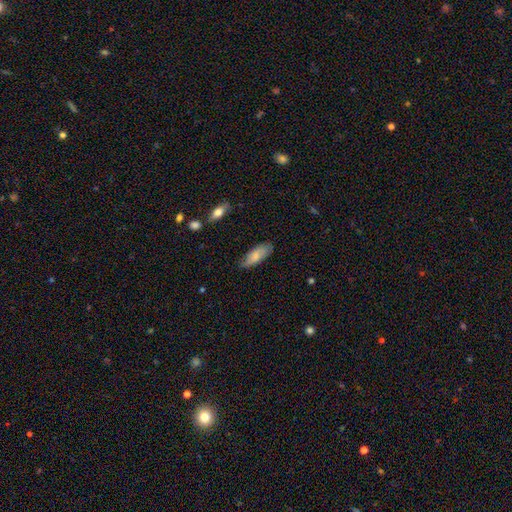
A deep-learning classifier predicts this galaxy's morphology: This appears to be a smooth galaxy with no disk features (72%) that is in between round and cigar-shaped (75%). Merging: none (74%).